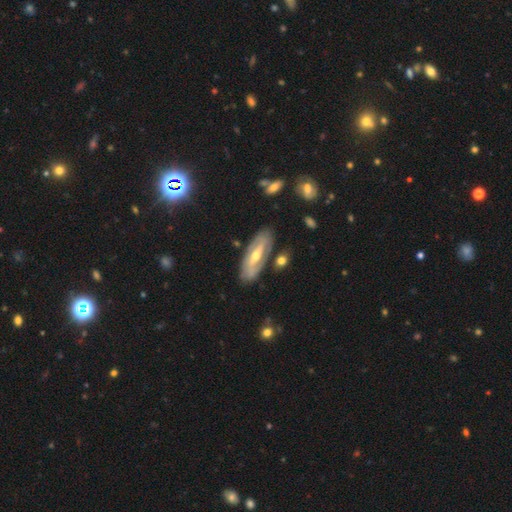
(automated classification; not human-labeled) Smooth or featured: featured or disk — 73% (smooth — 20%)
Edge-on disk: no — 78% (yes — 22%)
Bar: strong — 41% (weak — 33%)
Spiral arms: yes — 66% (no — 34%)
Bulge size: moderate — 58% (small — 39%)
Merging: none — 80% (minor disturbance — 13%)